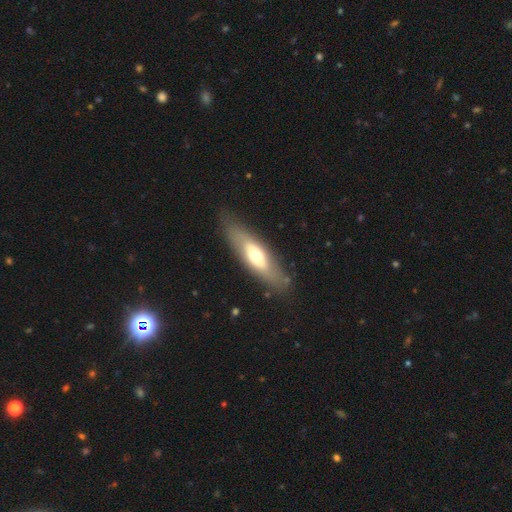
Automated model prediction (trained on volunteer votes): Smooth or featured?
  - smooth: 49% *
  - featured or disk: 45%
  - star or artifact: 6%
Merging?
  - none: 79% *
  - minor disturbance: 14%
  - major disturbance: 5%
  - merger: 2%